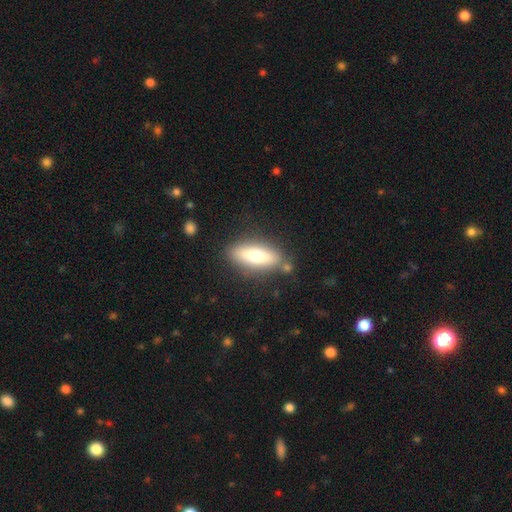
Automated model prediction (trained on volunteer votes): Smooth or featured? smooth (62%)
How rounded? in between (62%)
Merging? none (78%)